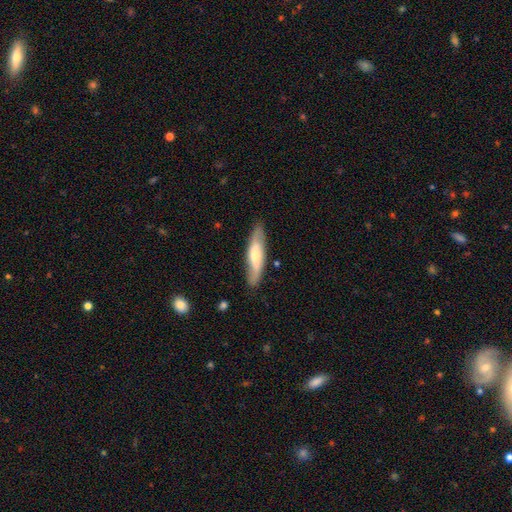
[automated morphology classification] Smooth or featured? Predicted: featured or disk (p=0.48). Merging? Predicted: none (p=0.83).